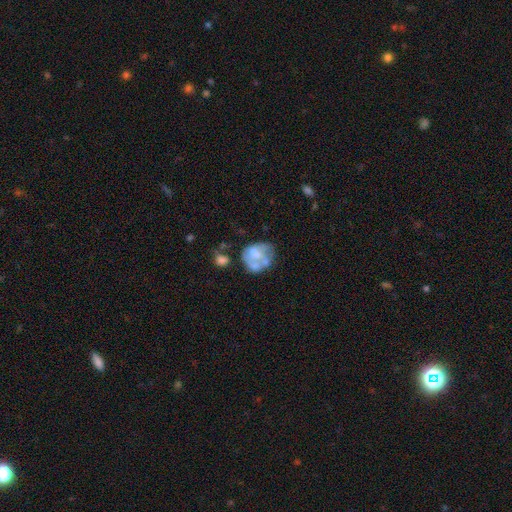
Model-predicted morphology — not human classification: Smooth or featured: featured or disk — 50% (smooth — 42%)
Merging: none — 35% (minor disturbance — 23%)